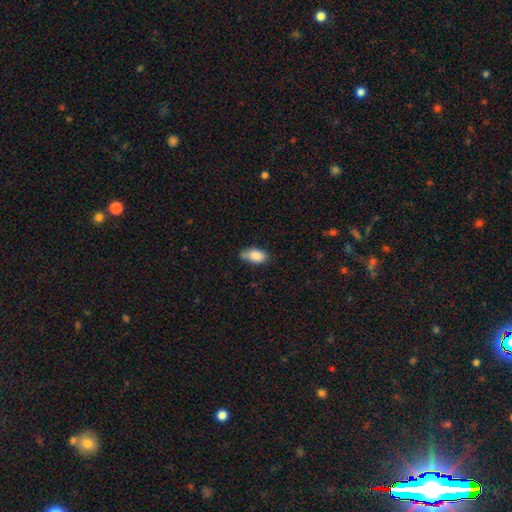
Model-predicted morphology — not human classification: type=smooth (86%); roundness=in between (91%); merging=none (60%).